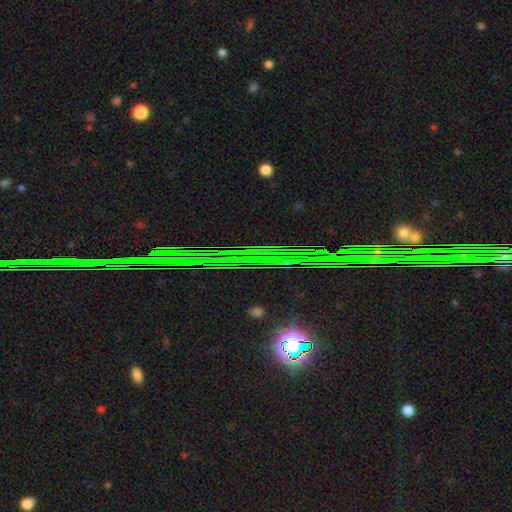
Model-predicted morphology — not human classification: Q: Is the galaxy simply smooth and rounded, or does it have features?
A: star or artifact — 85%.